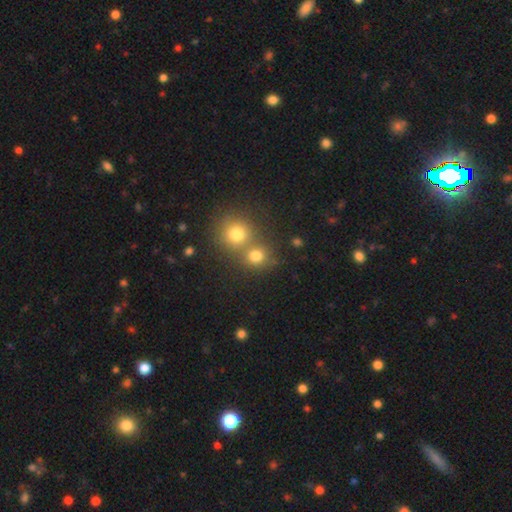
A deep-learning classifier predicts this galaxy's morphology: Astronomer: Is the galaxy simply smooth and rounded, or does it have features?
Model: smooth — 76%.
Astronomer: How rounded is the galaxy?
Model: round — 84%.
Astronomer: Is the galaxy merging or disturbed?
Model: none — 46% (runner-up: merger, 45%).